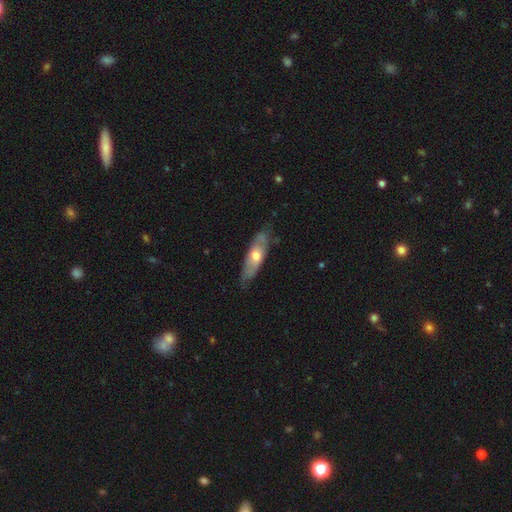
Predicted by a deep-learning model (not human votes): This is possibly a smooth galaxy (49%). Merging: likely none (72%).